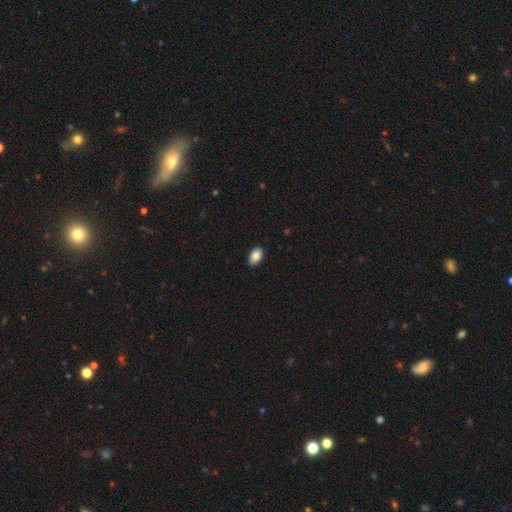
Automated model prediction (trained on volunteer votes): This is clearly a smooth galaxy (87%). How rounded: clearly in between (91%). Merging: clearly none (90%).